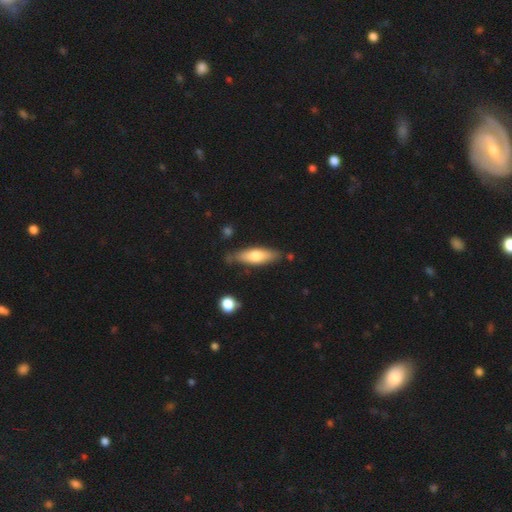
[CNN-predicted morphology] The model was most divided on "how rounded": cigar-shaped: 54%, in between: 44%, round: 2%. More confident: merging — none (75%); smooth or featured — smooth (63%).